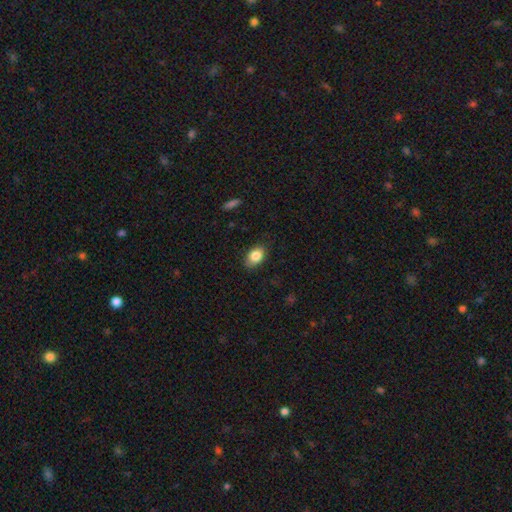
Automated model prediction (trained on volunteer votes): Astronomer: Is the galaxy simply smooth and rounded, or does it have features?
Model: smooth — 84%.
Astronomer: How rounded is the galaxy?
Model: in between — 85%.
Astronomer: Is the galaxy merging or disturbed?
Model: none — 82%.